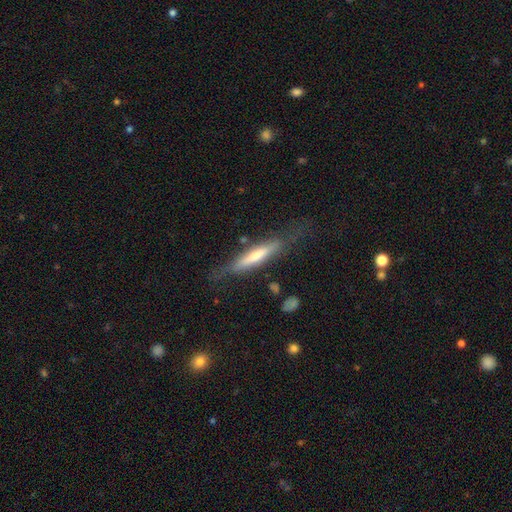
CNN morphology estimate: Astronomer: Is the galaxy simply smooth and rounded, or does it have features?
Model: featured or disk — 58% (runner-up: smooth, 35%).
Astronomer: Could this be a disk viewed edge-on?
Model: yes — 86%.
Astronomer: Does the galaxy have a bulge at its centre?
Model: rounded — 50% (runner-up: none, 35%).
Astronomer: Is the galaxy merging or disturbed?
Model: none — 69%.